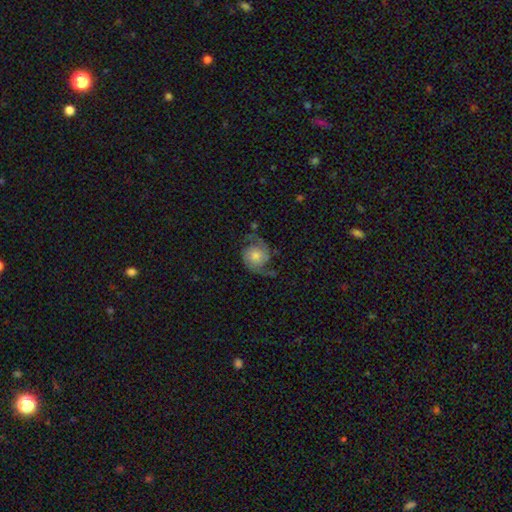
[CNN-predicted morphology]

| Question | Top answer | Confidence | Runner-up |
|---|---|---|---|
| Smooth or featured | featured or disk | 77% | smooth (16%) |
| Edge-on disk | no | 98% | yes (2%) |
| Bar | no | 78% | weak (18%) |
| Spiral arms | yes | 96% | no (4%) |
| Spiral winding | medium | 44% | loose (36%) |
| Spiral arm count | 2 | 91% | can't tell (3%) |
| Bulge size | moderate | 46% | small (35%) |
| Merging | none | 67% | minor disturbance (20%) |